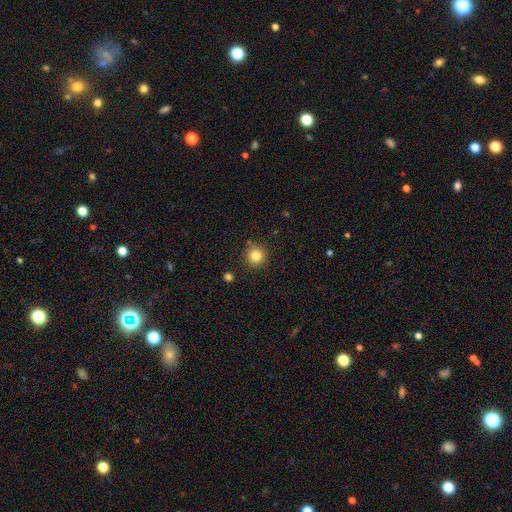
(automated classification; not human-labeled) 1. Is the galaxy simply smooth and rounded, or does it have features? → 83% smooth, 11% star or artifact, 6% featured or disk.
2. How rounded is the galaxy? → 94% round, 5% in between, 1% cigar-shaped.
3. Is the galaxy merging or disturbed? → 87% none, 8% minor disturbance, 2% merger, 2% major disturbance.